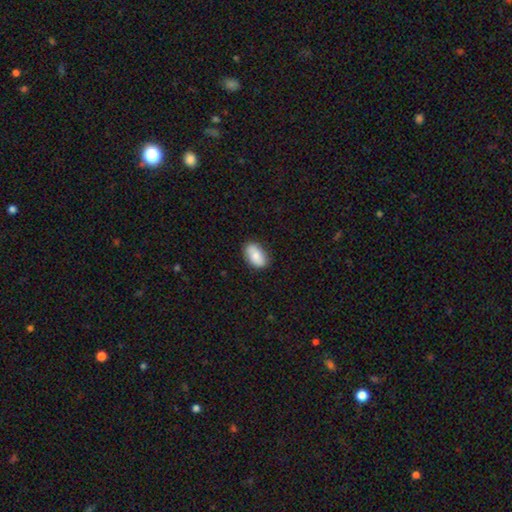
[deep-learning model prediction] smooth 76%, featured or disk 17%, star or artifact 7%. Down the decision tree: how rounded — in between (91%); merging — none (81%).